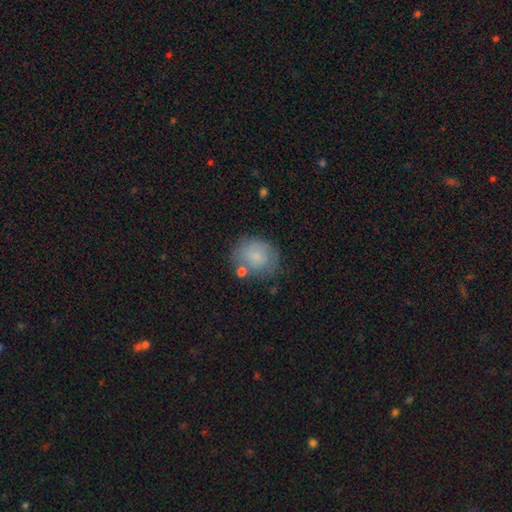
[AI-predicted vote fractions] A smooth galaxy with no disk features (79%) that is round (68%). Merging: none (66%).